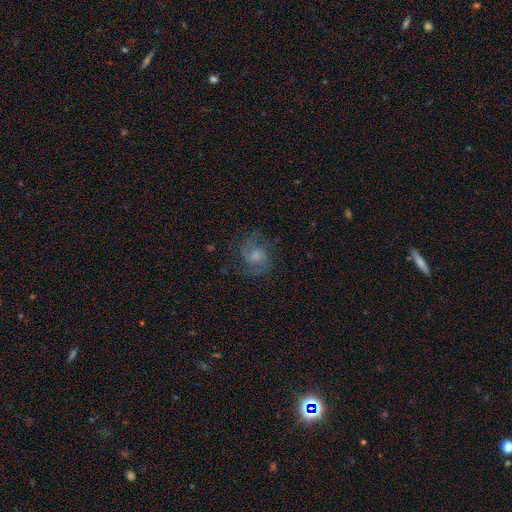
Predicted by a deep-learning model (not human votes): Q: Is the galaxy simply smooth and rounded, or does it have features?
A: featured or disk — 60%.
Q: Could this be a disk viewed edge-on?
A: no — 98%.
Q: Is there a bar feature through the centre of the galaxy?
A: no — 57%.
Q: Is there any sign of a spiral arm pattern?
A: yes — 86%.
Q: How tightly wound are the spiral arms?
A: medium — 51%.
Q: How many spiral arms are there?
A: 2 — 71%.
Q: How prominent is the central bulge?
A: small — 41%.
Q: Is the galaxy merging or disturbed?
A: none — 65%.